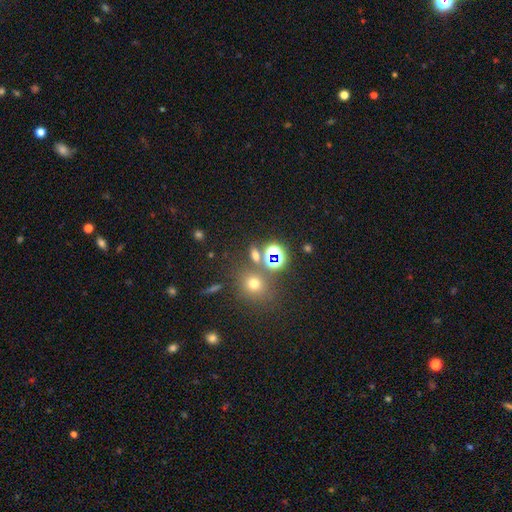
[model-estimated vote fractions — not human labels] This appears to be a smooth galaxy with no disk features (49%). Merging: none (72%).